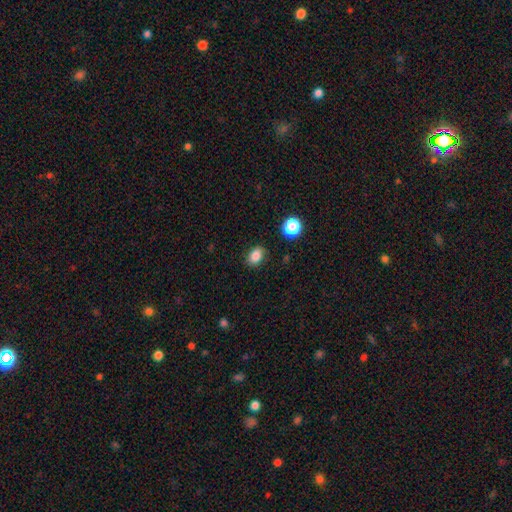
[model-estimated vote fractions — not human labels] smooth 84%, star or artifact 10%, featured or disk 6%. Down the decision tree: how rounded — in between (72%); merging — none (85%).